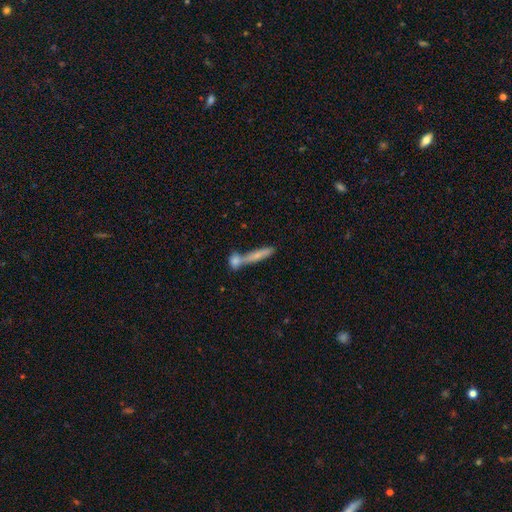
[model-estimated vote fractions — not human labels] Morphology: type=smooth (56%); roundness=cigar-shaped (81%); merging=merger (50%).